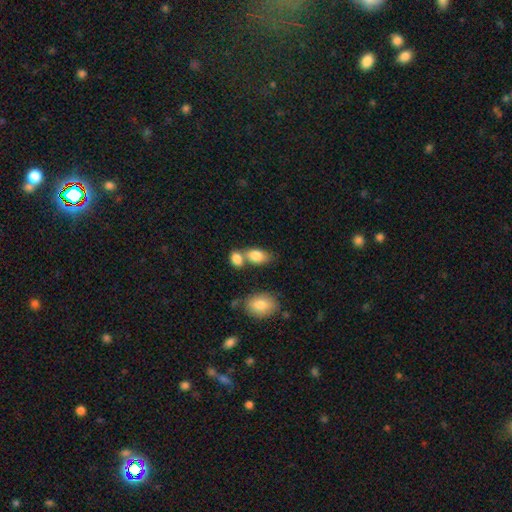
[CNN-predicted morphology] Smooth or featured?
  - smooth: 84% *
  - featured or disk: 9%
  - star or artifact: 7%
How rounded?
  - in between: 86% *
  - round: 12%
  - cigar-shaped: 2%
Merging?
  - merger: 44% *
  - none: 40%
  - minor disturbance: 11%
  - major disturbance: 4%